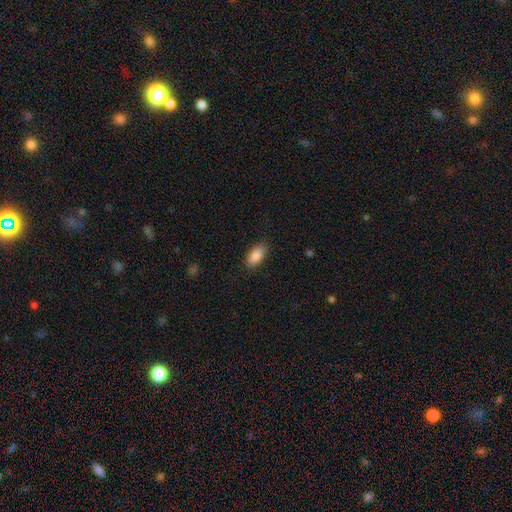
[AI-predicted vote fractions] Smooth or featured?
  - smooth: 89% *
  - star or artifact: 7%
  - featured or disk: 5%
How rounded?
  - in between: 91% *
  - cigar-shaped: 6%
  - round: 3%
Merging?
  - none: 87% *
  - minor disturbance: 9%
  - major disturbance: 3%
  - merger: 1%